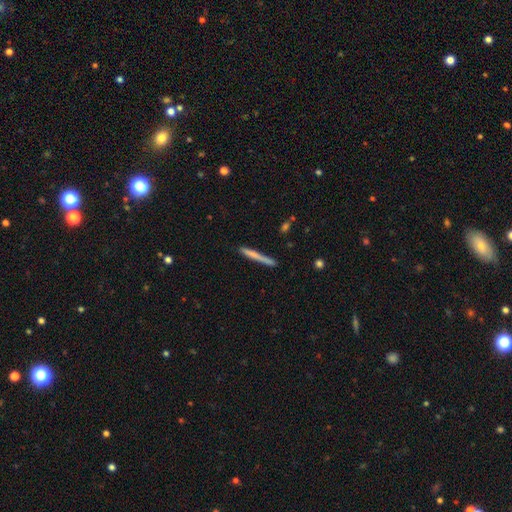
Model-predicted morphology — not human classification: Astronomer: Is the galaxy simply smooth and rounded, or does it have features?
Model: smooth — 63%.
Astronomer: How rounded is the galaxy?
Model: cigar-shaped — 97%.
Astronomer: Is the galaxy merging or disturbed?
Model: none — 87%.